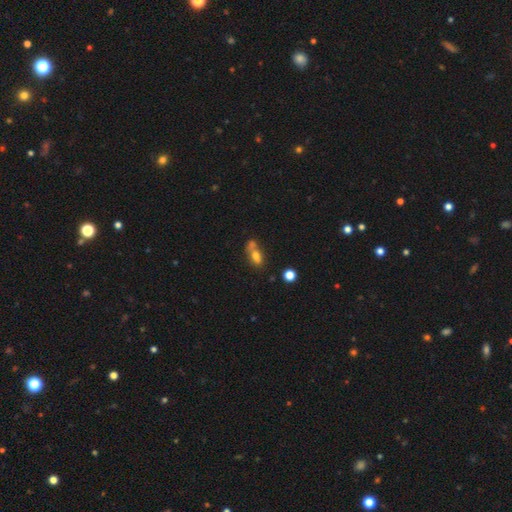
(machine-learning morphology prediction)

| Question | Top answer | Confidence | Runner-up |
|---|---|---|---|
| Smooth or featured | smooth | 70% | featured or disk (17%) |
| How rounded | in between | 70% | round (23%) |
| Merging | merger | 46% | none (35%) |